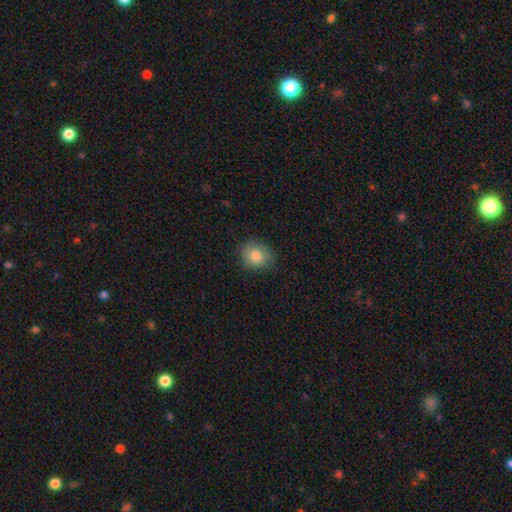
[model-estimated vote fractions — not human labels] Smooth or featured: smooth — 83% (star or artifact — 9%)
How rounded: round — 62% (in between — 37%)
Merging: none — 83% (minor disturbance — 13%)